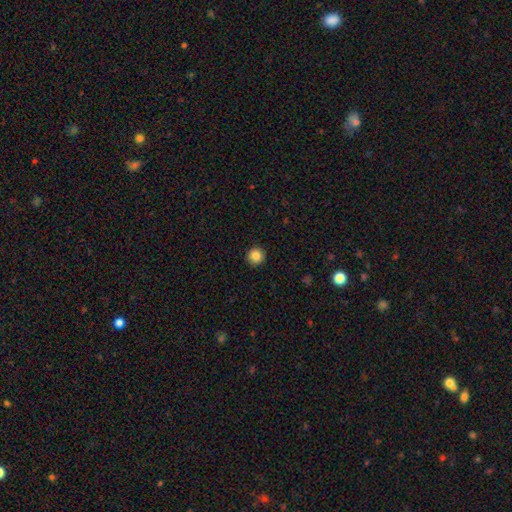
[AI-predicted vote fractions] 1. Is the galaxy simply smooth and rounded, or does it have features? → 86% smooth, 10% star or artifact, 4% featured or disk.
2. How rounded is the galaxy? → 95% round, 4% in between, 1% cigar-shaped.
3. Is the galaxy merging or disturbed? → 93% none, 5% minor disturbance, 2% major disturbance, 1% merger.